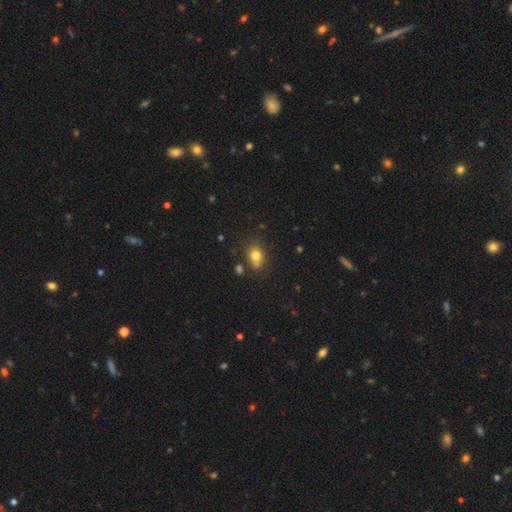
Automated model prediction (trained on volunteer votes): This appears to be a smooth galaxy with no disk features (76%) that is round (55%). Merging: none (62%).